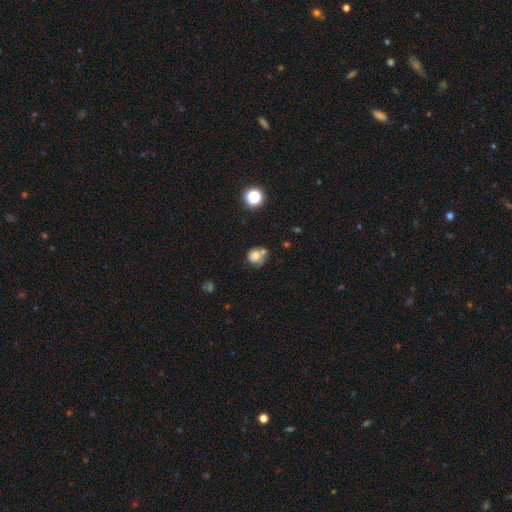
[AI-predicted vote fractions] Smooth or featured? Predicted: smooth (p=0.75). How rounded? Predicted: round (p=0.82). Merging? Predicted: none (p=0.45).